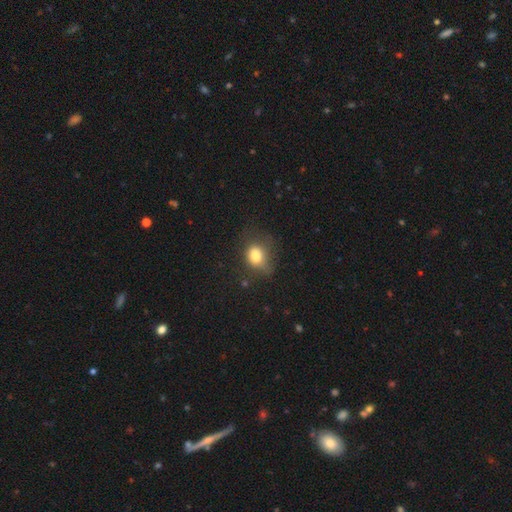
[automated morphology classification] Overall: smooth (77%). How rounded: in between (52%; round 47%). Merging: none (44%; minor disturbance 32%).